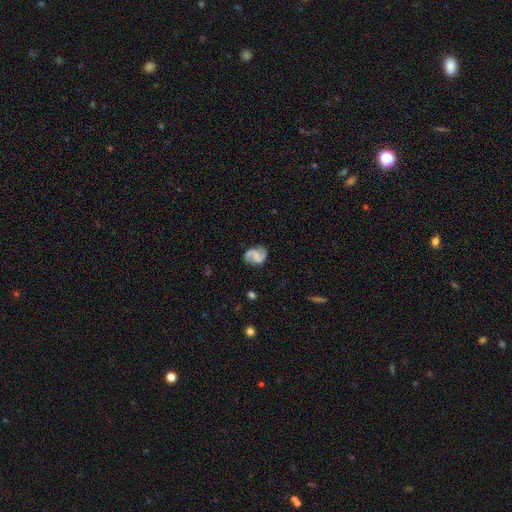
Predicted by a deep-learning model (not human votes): smooth_or_featured: featured or disk (p=0.75) [alt: smooth p=0.17]
disk_edge_on: no (p=0.98) [alt: yes p=0.02]
bar: no (p=0.51) [alt: weak p=0.38]
has_spiral_arms: yes (p=0.95) [alt: no p=0.05]
spiral_winding: medium (p=0.47) [alt: loose p=0.33]
spiral_arm_count: 2 (p=0.89) [alt: can't tell p=0.04]
bulge_size: none (p=0.57) [alt: small p=0.24]
merging: none (p=0.75) [alt: minor disturbance p=0.16]